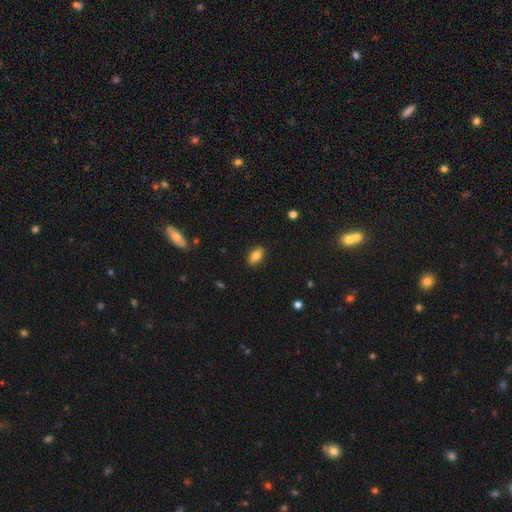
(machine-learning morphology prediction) type=smooth (85%); roundness=in between (90%); merging=none (88%).